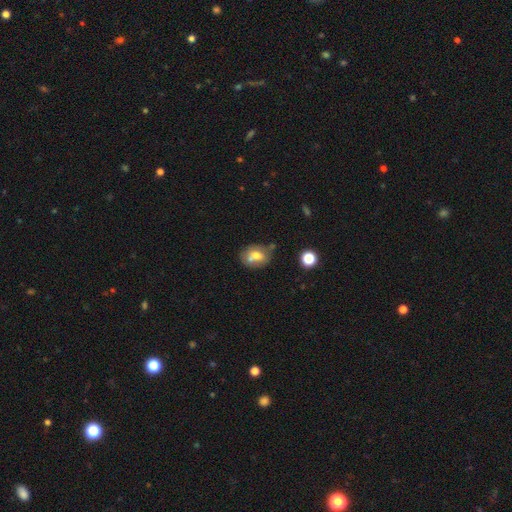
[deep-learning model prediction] This is likely a smooth galaxy (63%). How rounded: likely in between (64%). Merging: possibly none (46%).